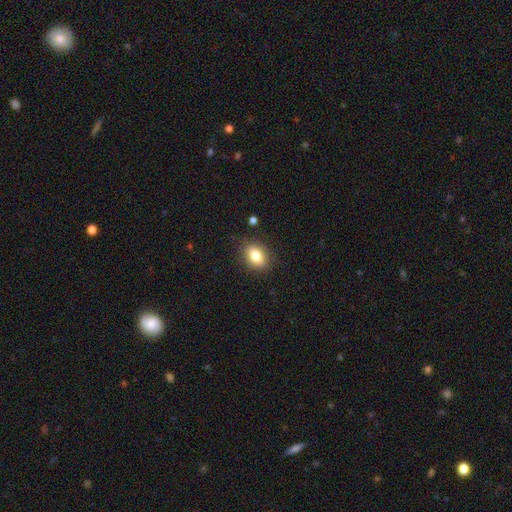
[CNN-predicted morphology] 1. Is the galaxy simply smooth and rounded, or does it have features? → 82% smooth, 9% featured or disk, 9% star or artifact.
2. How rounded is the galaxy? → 76% in between, 22% round, 2% cigar-shaped.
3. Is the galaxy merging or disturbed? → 86% none, 11% minor disturbance, 3% major disturbance, 1% merger.